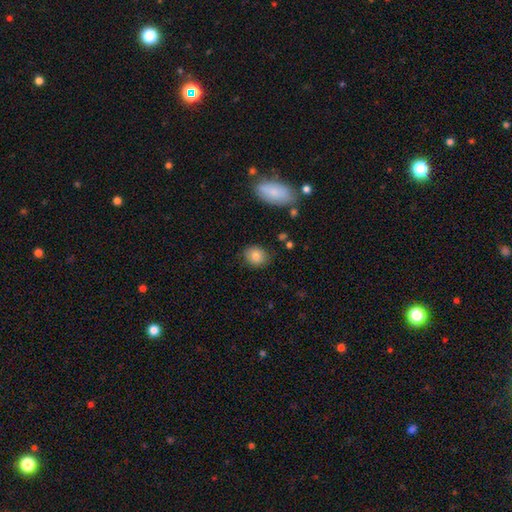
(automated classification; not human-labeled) This is clearly a smooth galaxy (82%). How rounded: possibly round (56%). Merging: clearly none (84%).